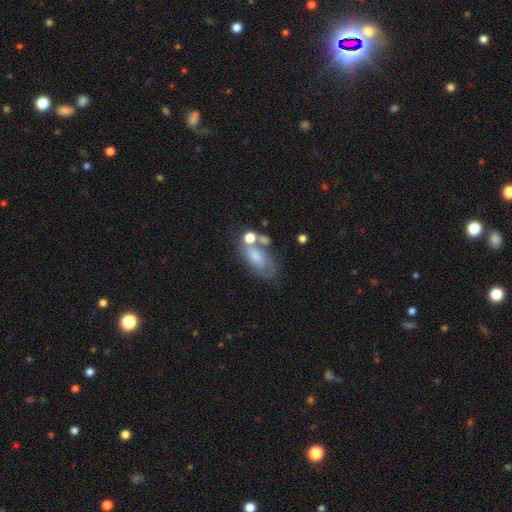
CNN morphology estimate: The model was most divided on "smooth or featured": smooth: 46%, featured or disk: 43%, star or artifact: 11%. Remaining: merging — none (39%).